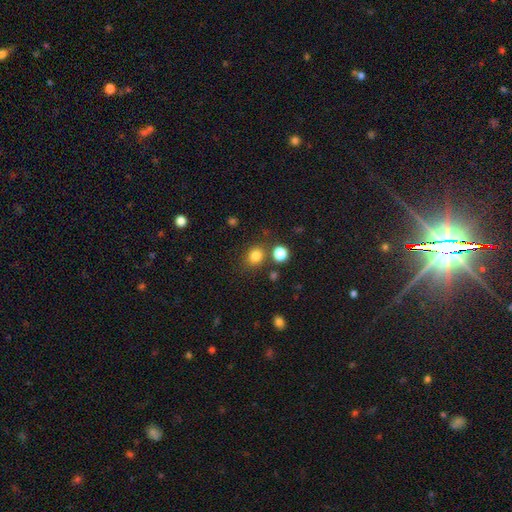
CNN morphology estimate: smooth 82%, star or artifact 13%, featured or disk 5%. Down the decision tree: how rounded — round (71%); merging — none (77%).